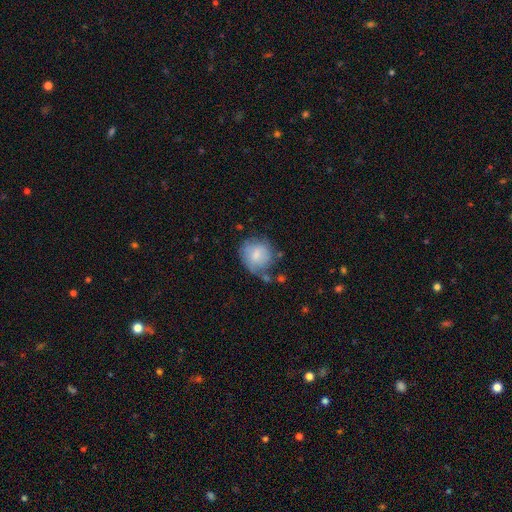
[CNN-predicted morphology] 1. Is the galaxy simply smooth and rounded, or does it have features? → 71% smooth, 22% featured or disk, 7% star or artifact.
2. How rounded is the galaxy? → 80% round, 19% in between, 1% cigar-shaped.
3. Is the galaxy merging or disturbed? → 50% none, 29% minor disturbance, 13% major disturbance, 8% merger.